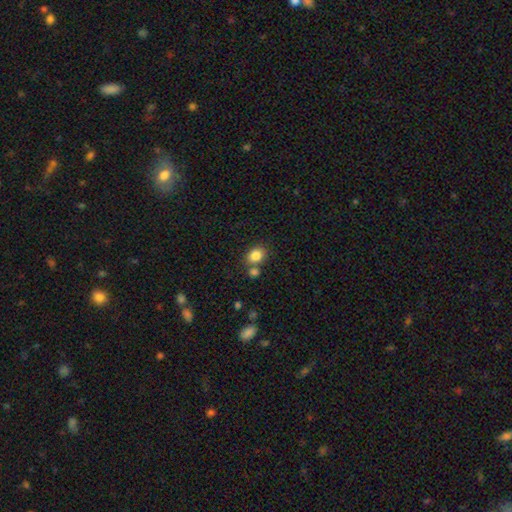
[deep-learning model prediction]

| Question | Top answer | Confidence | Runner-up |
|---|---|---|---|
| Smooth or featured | smooth | 84% | star or artifact (10%) |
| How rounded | round | 50% | in between (49%) |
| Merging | none | 62% | merger (22%) |